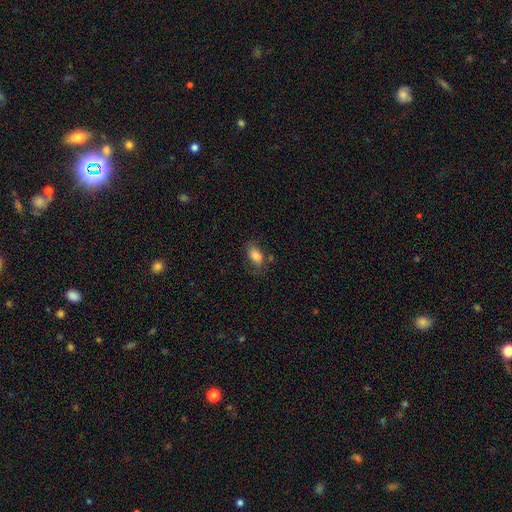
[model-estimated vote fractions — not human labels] Morphology: type=smooth (82%); roundness=in between (88%); merging=none (65%).